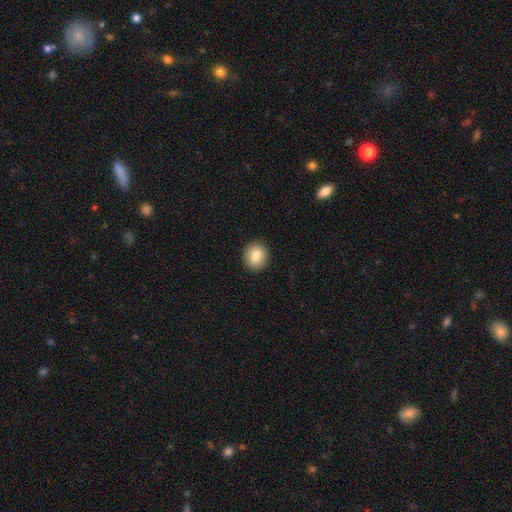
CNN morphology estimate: smooth-or-featured: smooth: 83% | star or artifact: 9% | featured or disk: 8%
  how-rounded: round: 85% | in between: 14% | cigar-shaped: 1%
  merging: none: 92% | minor disturbance: 5% | major disturbance: 2% | merger: 1%